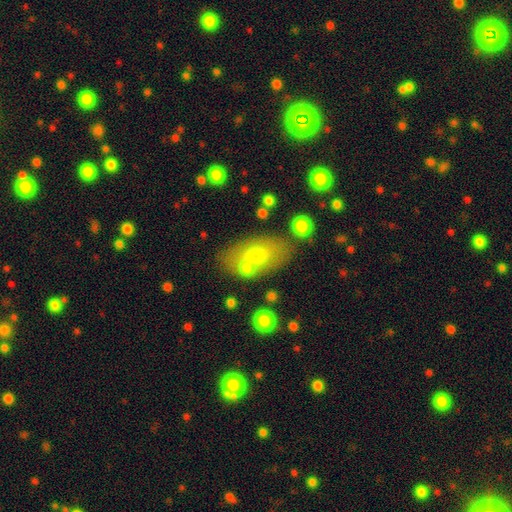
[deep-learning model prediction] A smooth galaxy with no disk features (63%) that is in between round and cigar-shaped (87%).

Vote fractions:
- Smooth or featured? smooth: 63% / featured or disk: 28% / star or artifact: 9%
- How rounded? in between: 87% / round: 10% / cigar-shaped: 3%
- Merging? none: 54% / merger: 25% / minor disturbance: 15% / major disturbance: 6%